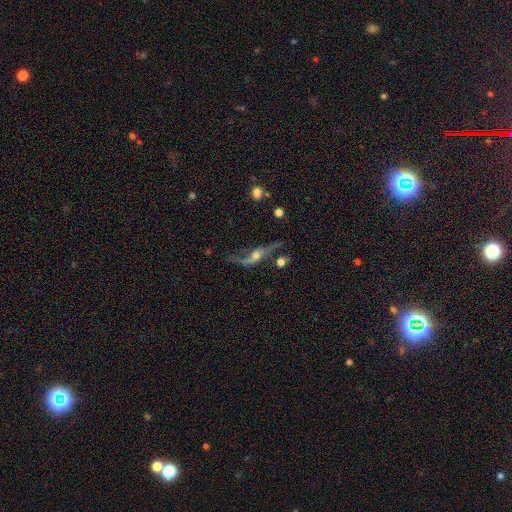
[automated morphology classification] featured or disk 78%, smooth 12%, star or artifact 10%. Down the decision tree: edge-on disk — no (51%); merging — none (51%).